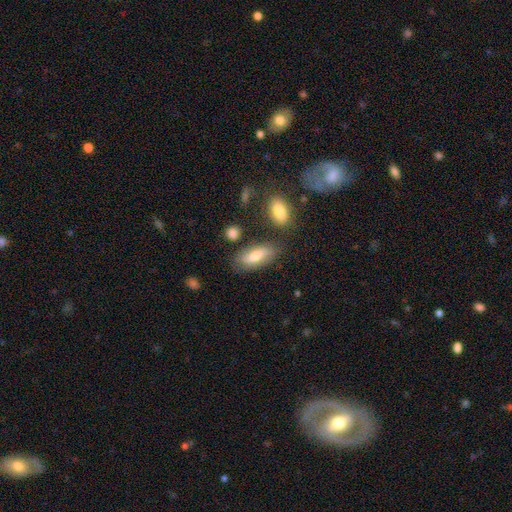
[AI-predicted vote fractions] smooth-or-featured: smooth: 69% | featured or disk: 24% | star or artifact: 7%
  how-rounded: in between: 78% | cigar-shaped: 19% | round: 3%
  merging: none: 73% | minor disturbance: 17% | merger: 6% | major disturbance: 4%